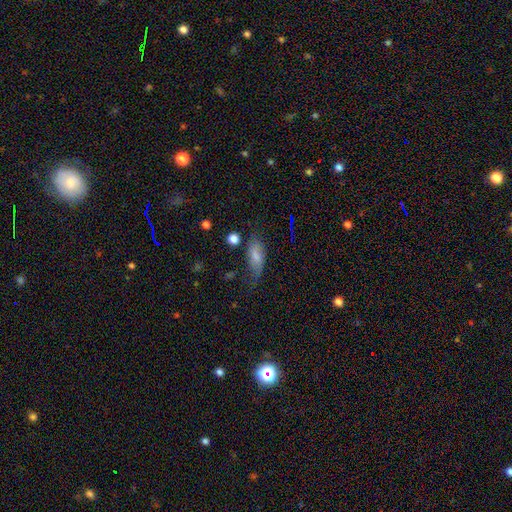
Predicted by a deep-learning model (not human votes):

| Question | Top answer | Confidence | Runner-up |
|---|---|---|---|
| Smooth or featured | smooth | 69% | featured or disk (22%) |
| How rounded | in between | 81% | cigar-shaped (15%) |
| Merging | none | 52% | minor disturbance (31%) |